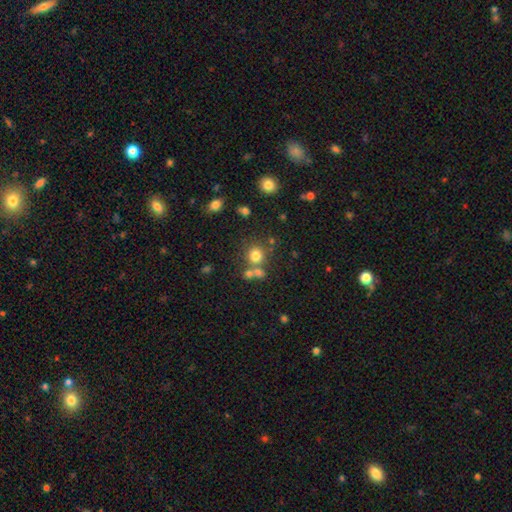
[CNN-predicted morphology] This appears to be a smooth galaxy with no disk features (75%) that is round (86%). Merging: none (61%).